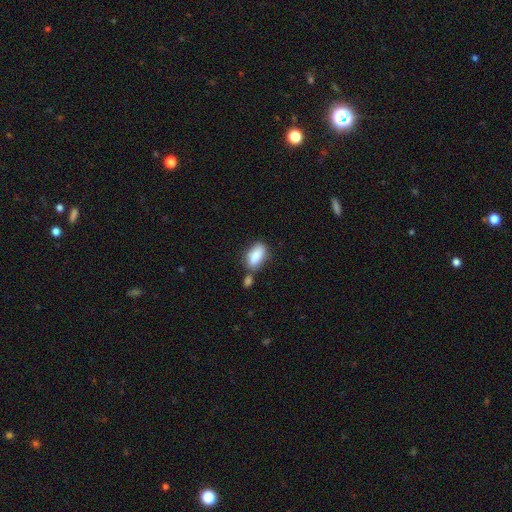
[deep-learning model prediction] This is clearly a smooth galaxy (87%). How rounded: clearly in between (91%). Merging: possibly none (50%).